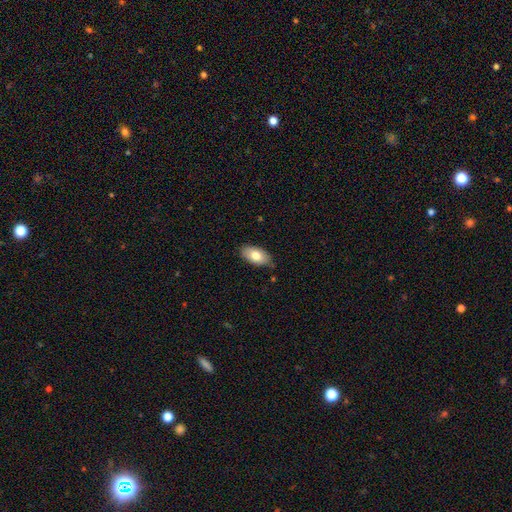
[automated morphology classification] Smooth or featured? smooth (78%)
How rounded? in between (93%)
Merging? none (79%)